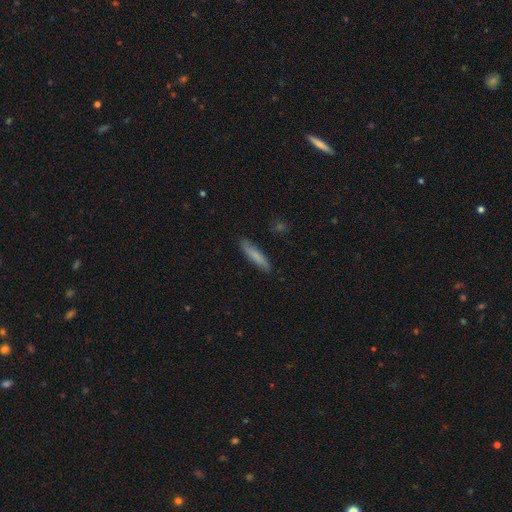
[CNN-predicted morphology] smooth 80%, featured or disk 14%, star or artifact 6%. Down the decision tree: how rounded — cigar-shaped (84%); merging — none (87%).